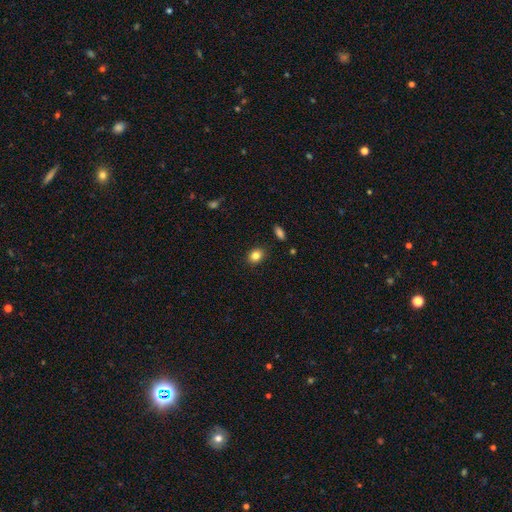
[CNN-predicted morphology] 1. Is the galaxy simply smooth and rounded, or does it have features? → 84% smooth, 10% star or artifact, 6% featured or disk.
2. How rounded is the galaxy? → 51% in between, 48% round, 1% cigar-shaped.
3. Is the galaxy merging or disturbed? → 88% none, 9% minor disturbance, 2% major disturbance, 1% merger.